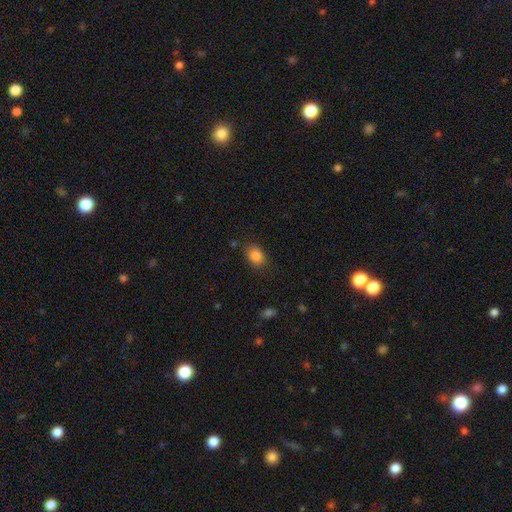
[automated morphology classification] smooth 85%, star or artifact 10%, featured or disk 5%. Down the decision tree: how rounded — in between (67%); merging — none (82%).